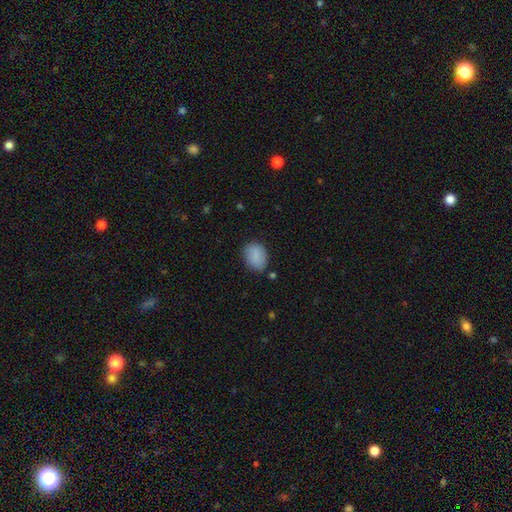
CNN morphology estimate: type=smooth (86%); roundness=in between (65%); merging=none (79%).